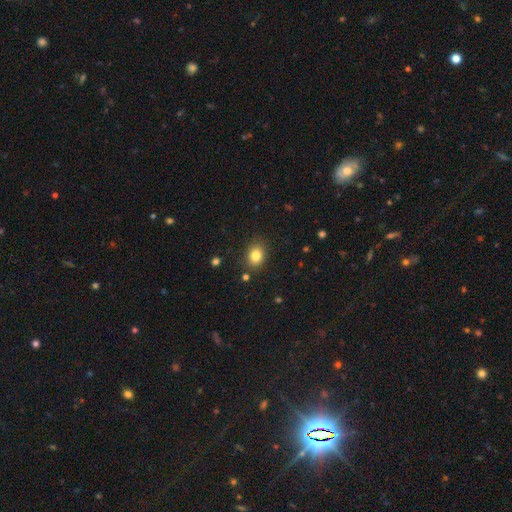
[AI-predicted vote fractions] A smooth galaxy with no disk features (83%) that is in between round and cigar-shaped (50%). Merging: none (84%).